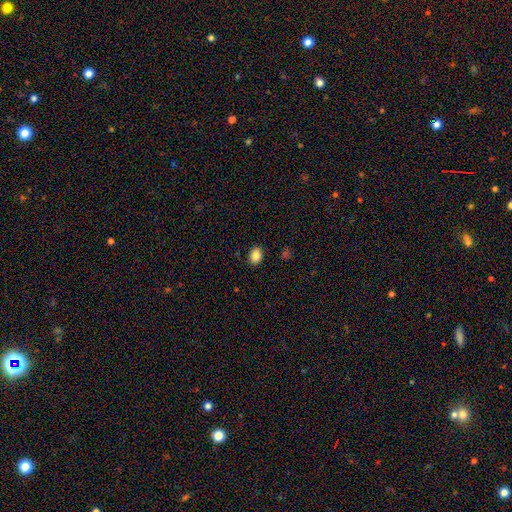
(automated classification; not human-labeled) Smooth or featured? Predicted: smooth (p=0.86). How rounded? Predicted: in between (p=0.66). Merging? Predicted: none (p=0.89).